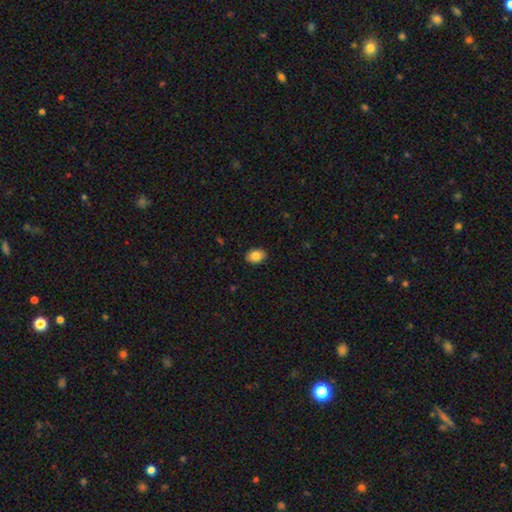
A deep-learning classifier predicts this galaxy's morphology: The model was most divided on "how rounded": in between: 73%, round: 26%, cigar-shaped: 1%. More confident: merging — none (89%); smooth or featured — smooth (86%).